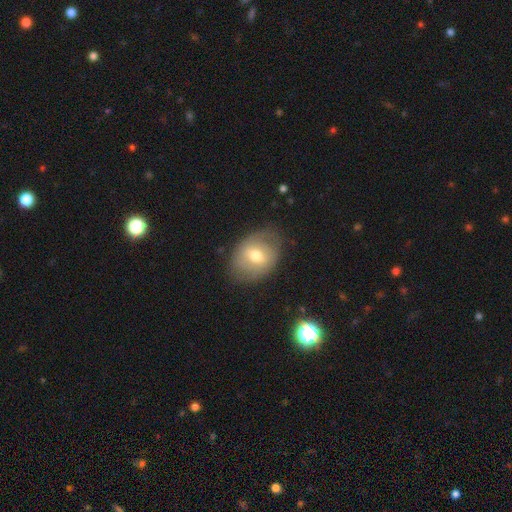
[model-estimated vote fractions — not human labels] The model was most divided on "smooth or featured": smooth: 56%, featured or disk: 37%, star or artifact: 8%. More confident: merging — none (75%); how rounded — in between (64%).